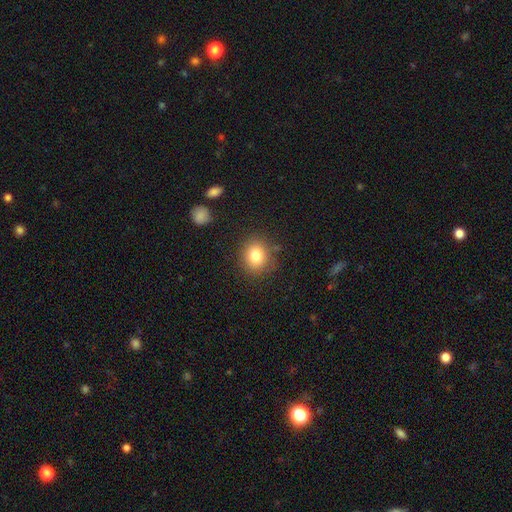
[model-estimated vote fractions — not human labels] A smooth galaxy with no disk features (81%) that is round (68%). Merging: none (83%).